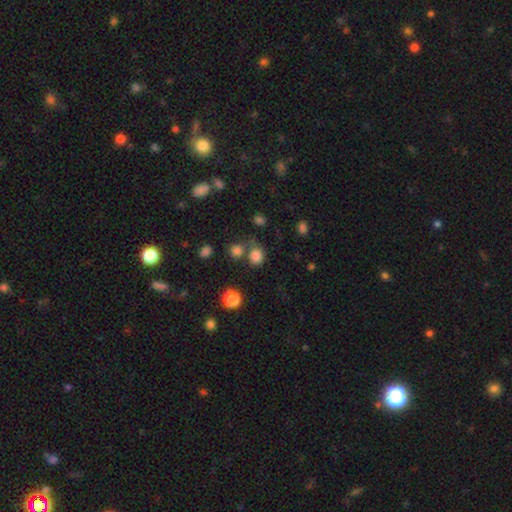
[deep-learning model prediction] Q: Smooth or featured?
A: smooth (79%); runner-up: star or artifact (15%)
Q: How rounded?
A: round (75%); runner-up: in between (24%)
Q: Merging?
A: none (58%); runner-up: merger (22%)